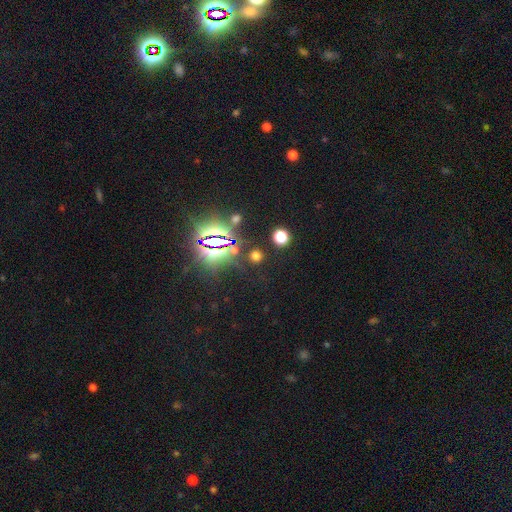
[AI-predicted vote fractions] Overall: smooth (52%; star or artifact 42%). How rounded: round (88%). Merging: none (83%).